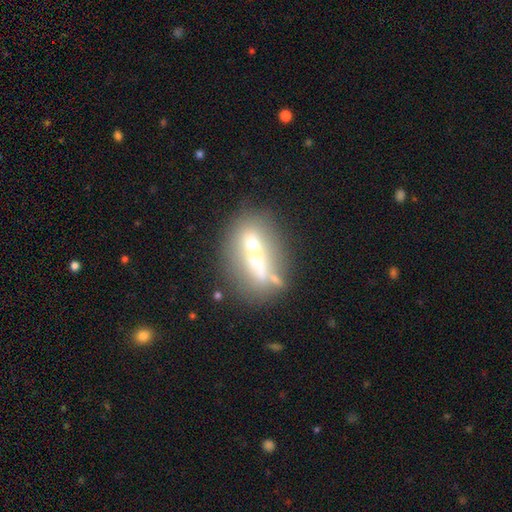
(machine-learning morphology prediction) The model was most divided on "edge-on disk": no: 54%, yes: 46%. More confident: merging — none (59%); smooth or featured — featured or disk (52%).